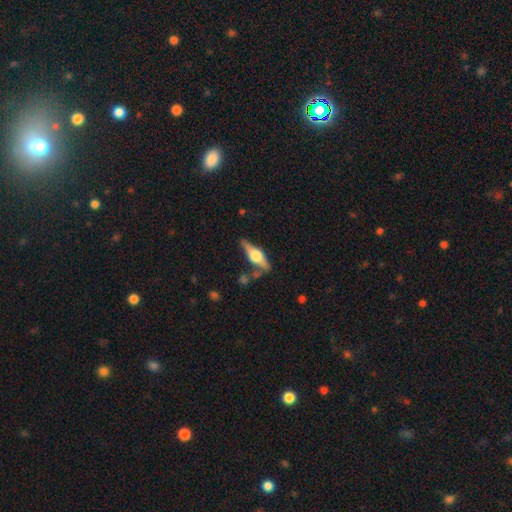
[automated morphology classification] Smooth or featured: featured or disk — 73% (smooth — 21%)
Edge-on disk: yes — 95% (no — 5%)
Edge-on bulge: rounded — 94% (boxy — 4%)
Merging: none — 76% (minor disturbance — 14%)